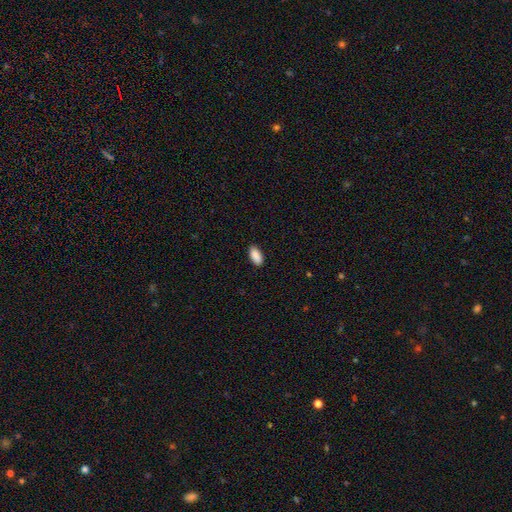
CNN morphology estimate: A smooth galaxy with no disk features (91%) that is in between round and cigar-shaped (93%).

Vote fractions:
- Smooth or featured? smooth: 91% / star or artifact: 7% / featured or disk: 3%
- How rounded? in between: 93% / cigar-shaped: 5% / round: 2%
- Merging? none: 89% / minor disturbance: 8% / major disturbance: 2% / merger: 1%